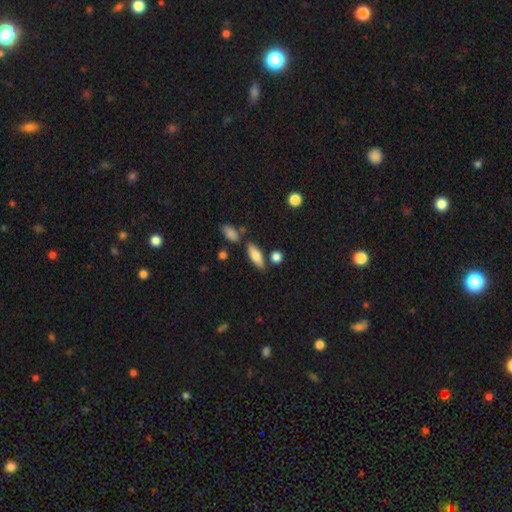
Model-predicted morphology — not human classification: This appears to be a smooth galaxy with no disk features (78%) that is in between round and cigar-shaped (65%). Merging: none (74%).